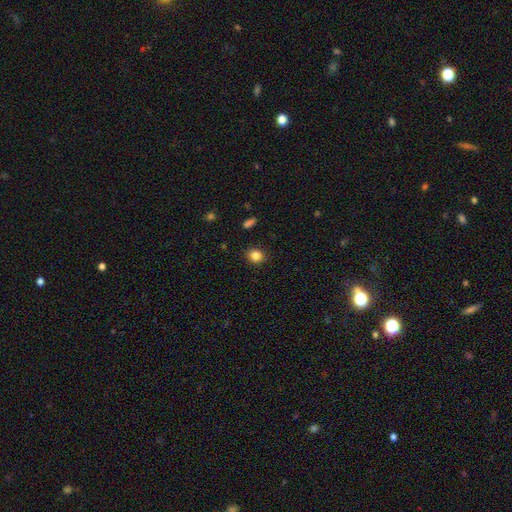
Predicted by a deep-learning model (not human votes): This appears to be a smooth galaxy with no disk features (84%) that is round (77%). Merging: none (89%).